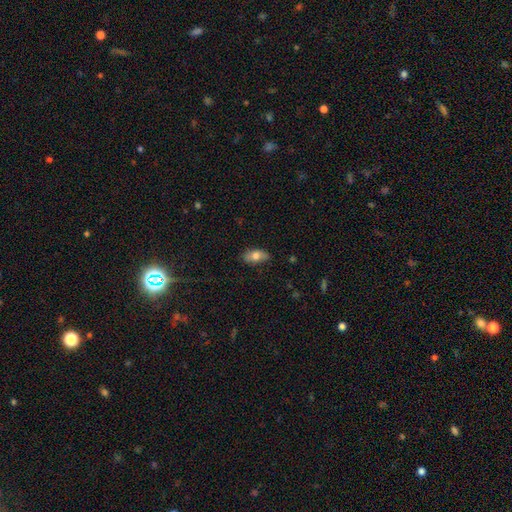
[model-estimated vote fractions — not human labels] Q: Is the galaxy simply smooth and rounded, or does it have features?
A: smooth — 74%.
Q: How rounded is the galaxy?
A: in between — 89%.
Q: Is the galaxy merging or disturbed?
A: none — 80%.